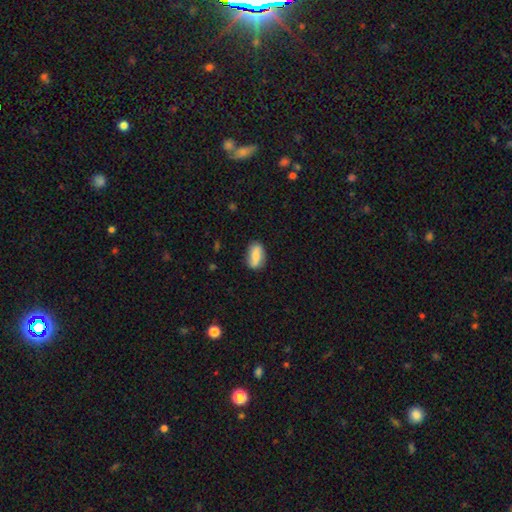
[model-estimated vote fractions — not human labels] A smooth galaxy with no disk features (68%) that is in between round and cigar-shaped (88%). Merging: none (80%).